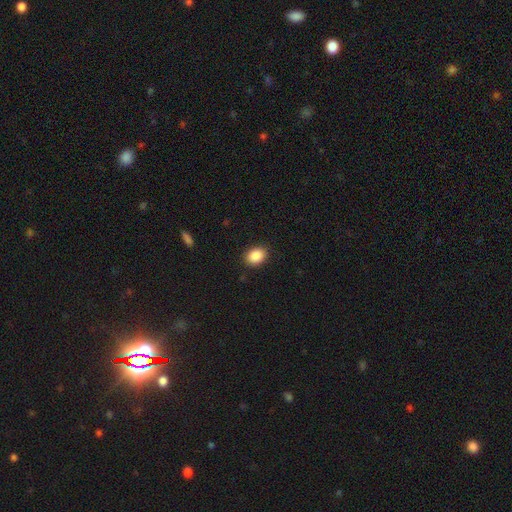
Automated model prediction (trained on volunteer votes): smooth_or_featured: smooth (p=0.88) [alt: star or artifact p=0.08]
how_rounded: in between (p=0.67) [alt: round p=0.32]
merging: none (p=0.89) [alt: minor disturbance p=0.08]